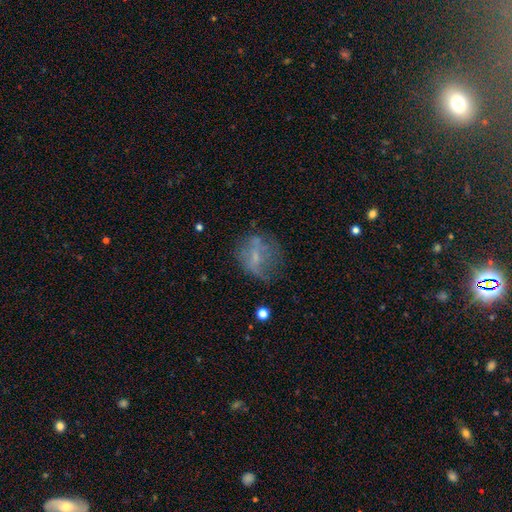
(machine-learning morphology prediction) smooth-or-featured: featured or disk: 45% | smooth: 40% | star or artifact: 14%
  merging: none: 47% | minor disturbance: 25% | major disturbance: 25% | merger: 4%